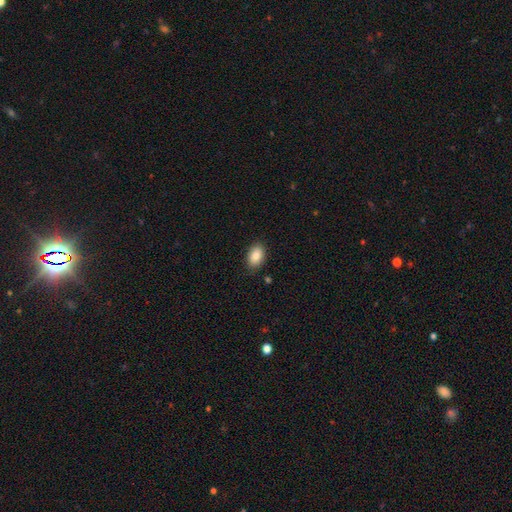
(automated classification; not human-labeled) Smooth or featured? Predicted: smooth (p=0.86). How rounded? Predicted: in between (p=0.90). Merging? Predicted: none (p=0.87).